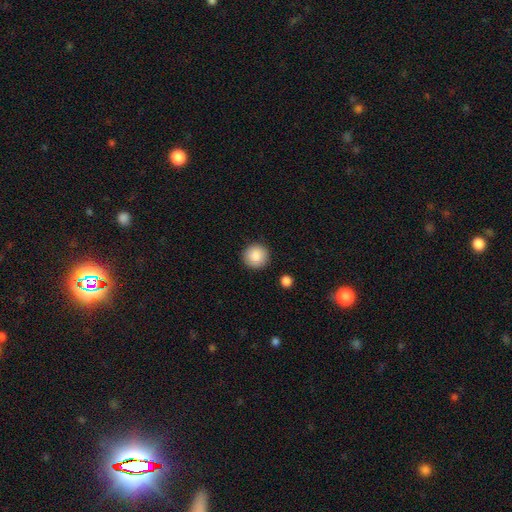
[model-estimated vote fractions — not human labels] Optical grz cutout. It shows a smooth galaxy with no disk features (88%) that is round (95%). Merging: none (91%).